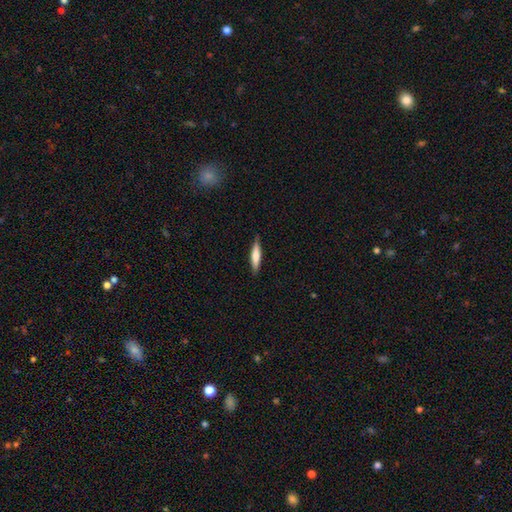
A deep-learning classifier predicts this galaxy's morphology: Smooth or featured? Predicted: smooth (p=0.67). How rounded? Predicted: cigar-shaped (p=0.84). Merging? Predicted: none (p=0.87).